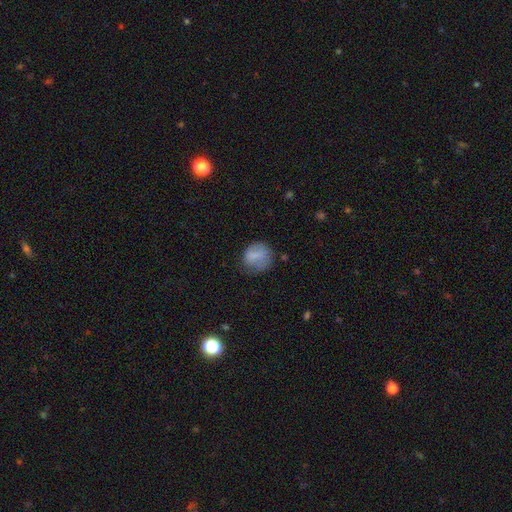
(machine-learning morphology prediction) A smooth galaxy with no disk features (73%) that is round (74%). Merging: none (57%).